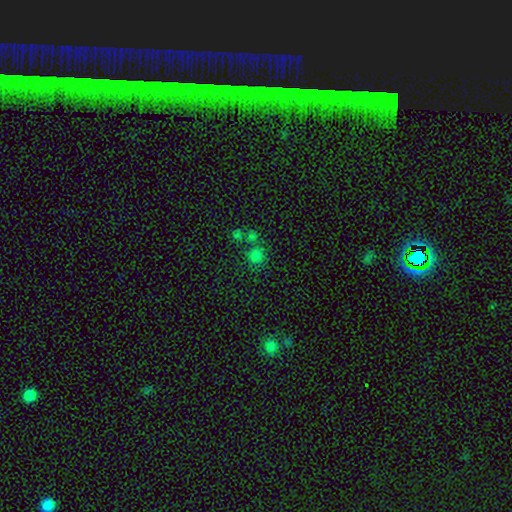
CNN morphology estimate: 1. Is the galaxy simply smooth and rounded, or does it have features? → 71% smooth, 23% star or artifact, 6% featured or disk.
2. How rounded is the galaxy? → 86% round, 13% in between, 1% cigar-shaped.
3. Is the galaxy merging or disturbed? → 62% none, 23% merger, 10% minor disturbance, 5% major disturbance.